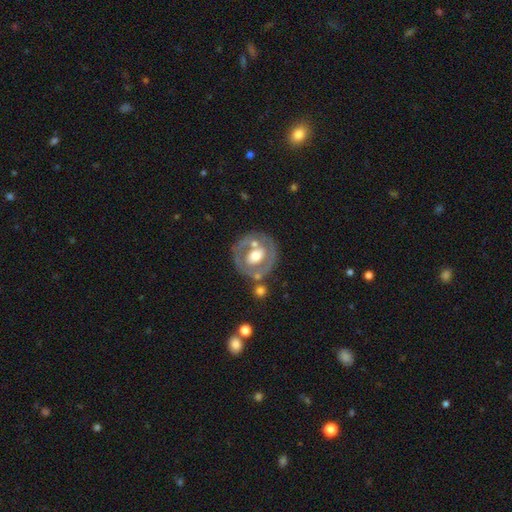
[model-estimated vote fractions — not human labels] A featured or disk galaxy (62%) with no bar (68%), no spiral arms (82%) and a moderate central bulge (62%). Merging: none (66%).